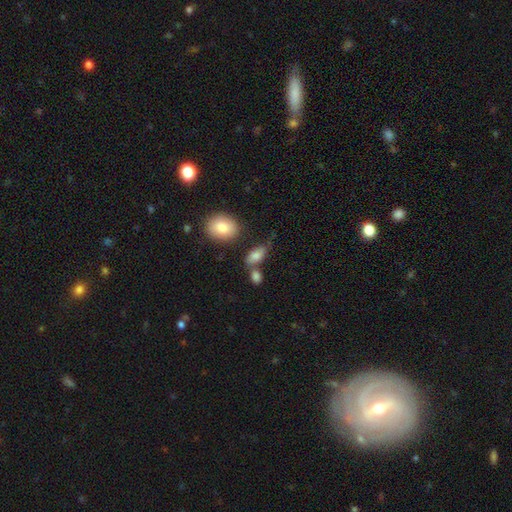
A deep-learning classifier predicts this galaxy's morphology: Smooth or featured? smooth (81%)
How rounded? in between (86%)
Merging? none (52%)